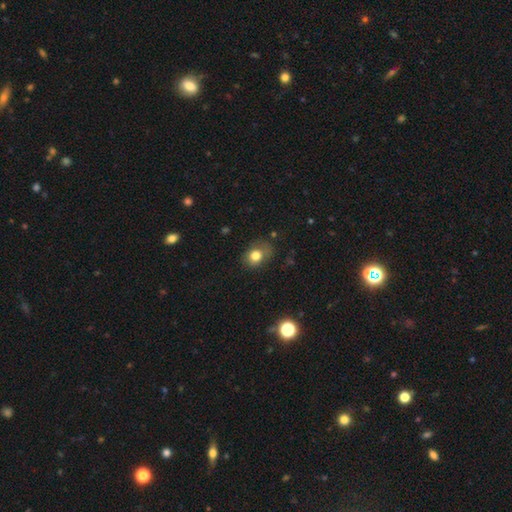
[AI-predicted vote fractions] Morphology: type=smooth (77%); roundness=in between (53%); merging=none (62%).